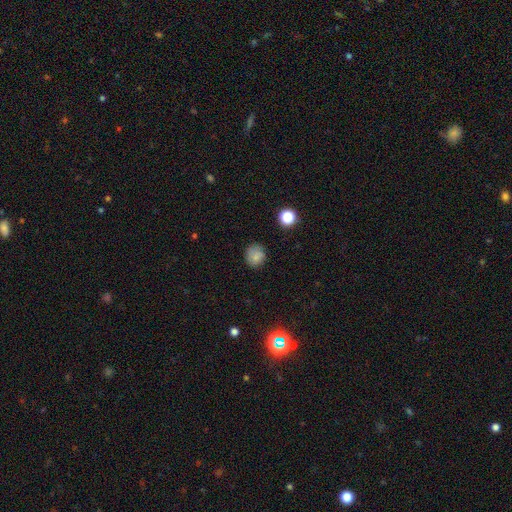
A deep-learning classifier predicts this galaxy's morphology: Smooth or featured?
  - smooth: 80% *
  - star or artifact: 13%
  - featured or disk: 7%
How rounded?
  - round: 85% *
  - in between: 15%
  - cigar-shaped: 1%
Merging?
  - none: 79% *
  - minor disturbance: 16%
  - major disturbance: 4%
  - merger: 2%